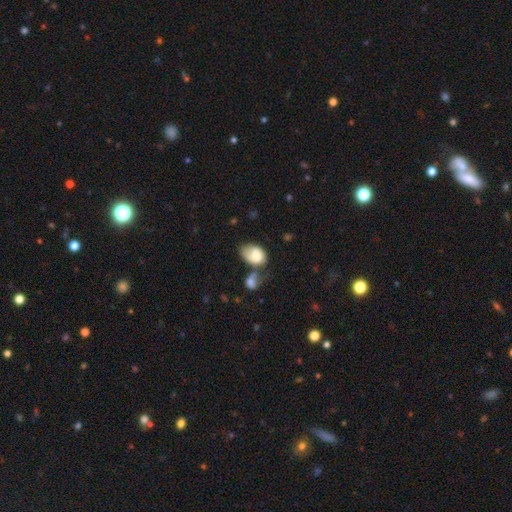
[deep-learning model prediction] smooth_or_featured: smooth (p=0.74) [alt: featured or disk p=0.19]
how_rounded: in between (p=0.79) [alt: round p=0.19]
merging: merger (p=0.30) [alt: minor disturbance p=0.26]